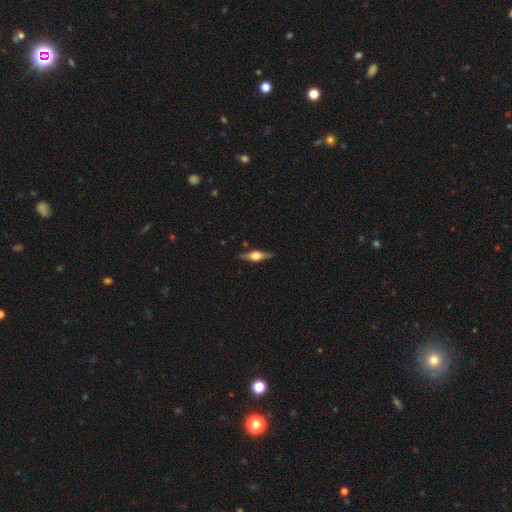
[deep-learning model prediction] A featured or disk galaxy (65%) viewed edge-on (96%) with a rounded central bulge (91%).

Vote fractions:
- Smooth or featured? featured or disk: 65% / smooth: 28% / star or artifact: 6%
- Edge-on disk? yes: 96% / no: 4%
- Edge-on bulge? rounded: 91% / boxy: 7% / none: 2%
- Merging? none: 87% / minor disturbance: 9% / major disturbance: 2% / merger: 1%